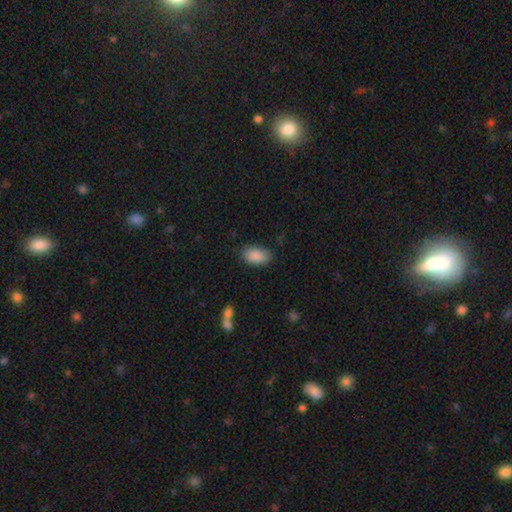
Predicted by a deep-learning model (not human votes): Overall: smooth (89%). How rounded: in between (93%). Merging: none (80%).